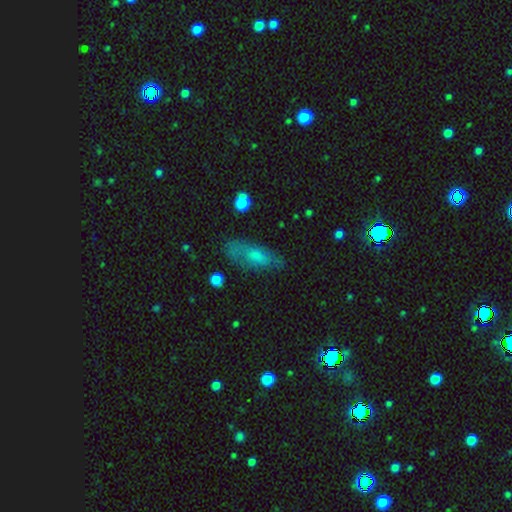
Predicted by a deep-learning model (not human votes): This appears to be a smooth galaxy with no disk features (44%). Merging: none (72%).